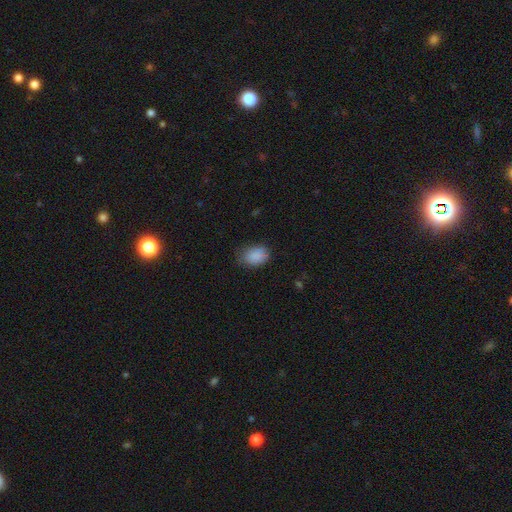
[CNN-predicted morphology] A smooth galaxy with no disk features (88%) that is in between round and cigar-shaped (79%).

Vote fractions:
- Smooth or featured? smooth: 88% / star or artifact: 8% / featured or disk: 4%
- How rounded? in between: 79% / round: 20% / cigar-shaped: 1%
- Merging? none: 71% / minor disturbance: 23% / major disturbance: 5% / merger: 1%